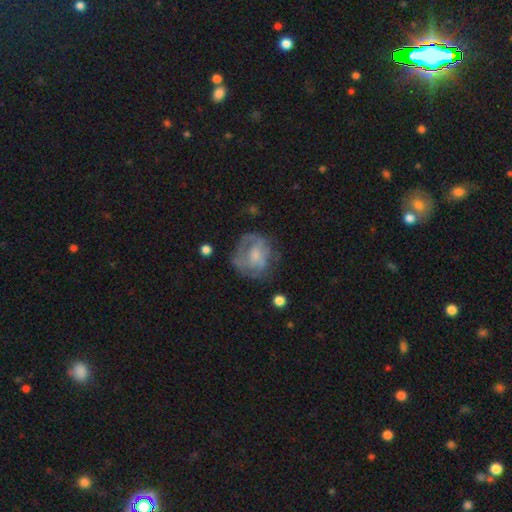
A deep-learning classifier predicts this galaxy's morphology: The model was most divided on "bulge size": small: 38%, moderate: 36%, none: 19%, large: 5%, dominant: 1%. More confident: edge-on disk — no (97%); bar — no (66%); smooth or featured — featured or disk (53%); spiral arms — no (52%); merging — none (52%).